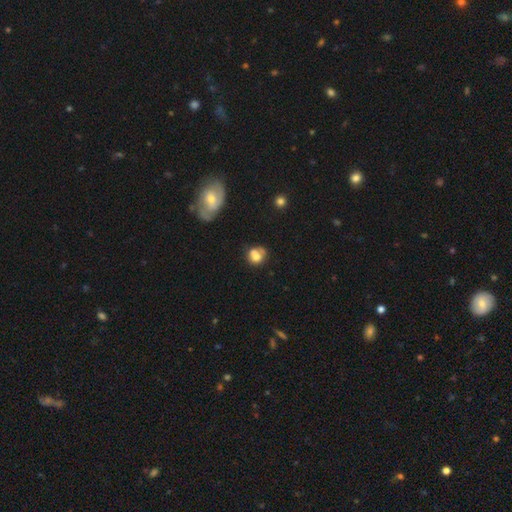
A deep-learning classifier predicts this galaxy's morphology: A smooth galaxy with no disk features (69%) that is round (63%). Merging: none (37%).